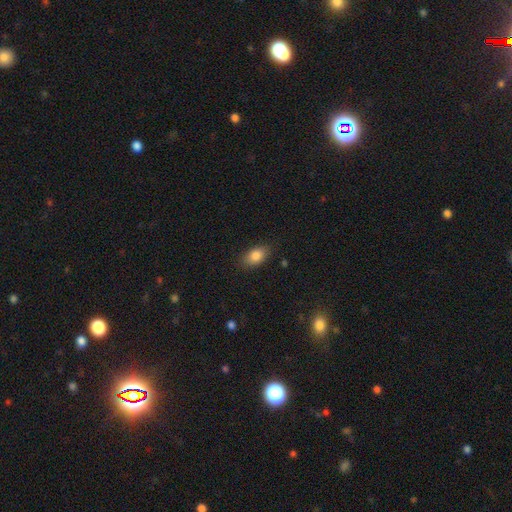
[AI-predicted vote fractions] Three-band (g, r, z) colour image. It shows a smooth galaxy with no disk features (84%) that is in between round and cigar-shaped (87%). Merging: none (83%).